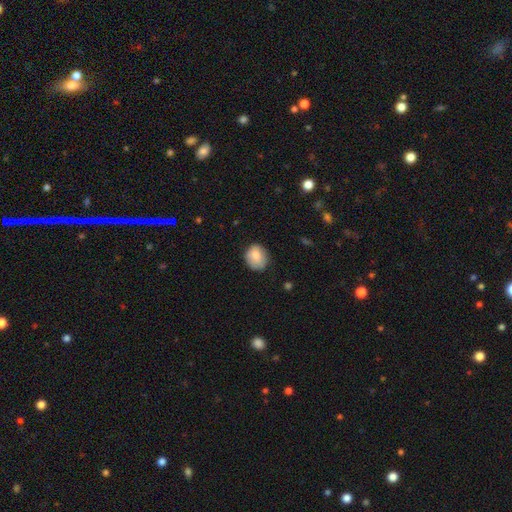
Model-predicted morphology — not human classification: type=smooth (83%); roundness=round (70%); merging=none (77%).